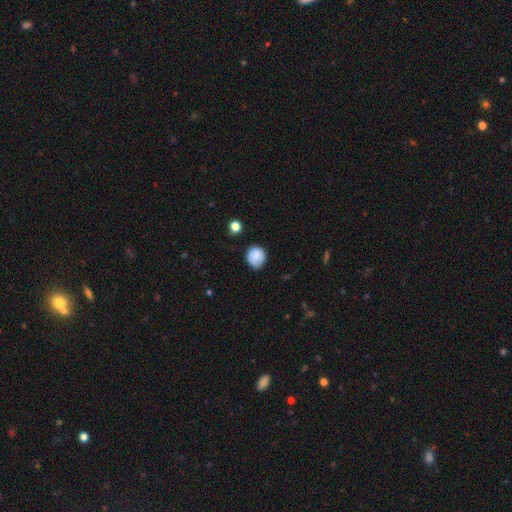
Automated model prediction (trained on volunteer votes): The model was most divided on "merging": none: 75%, minor disturbance: 19%, major disturbance: 4%, merger: 2%. More confident: smooth or featured — smooth (81%); how rounded — round (79%).